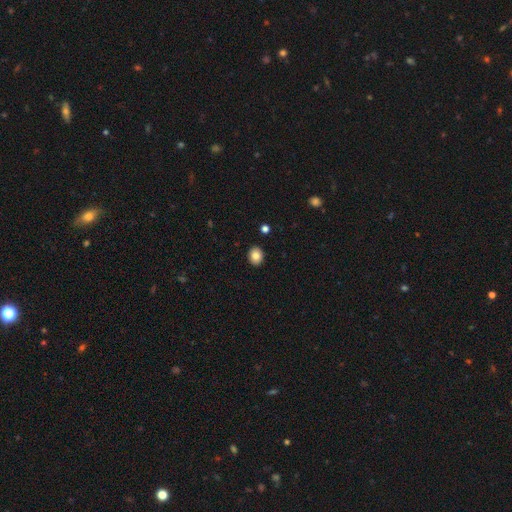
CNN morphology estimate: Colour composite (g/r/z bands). It shows a smooth galaxy with no disk features (84%) that is round (59%). Merging: none (91%).